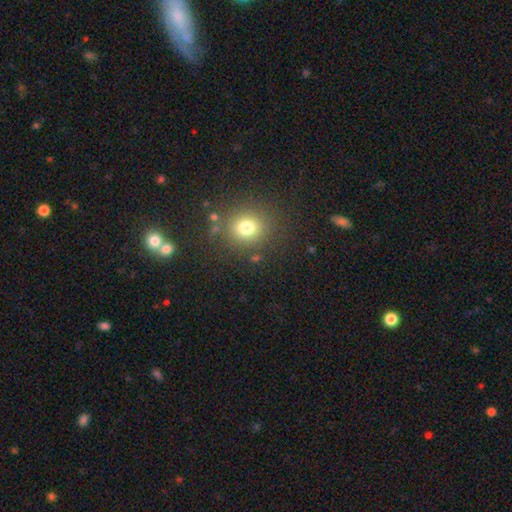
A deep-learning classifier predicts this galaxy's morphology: A smooth galaxy with no disk features (70%) that is round (86%). Merging: none (83%).